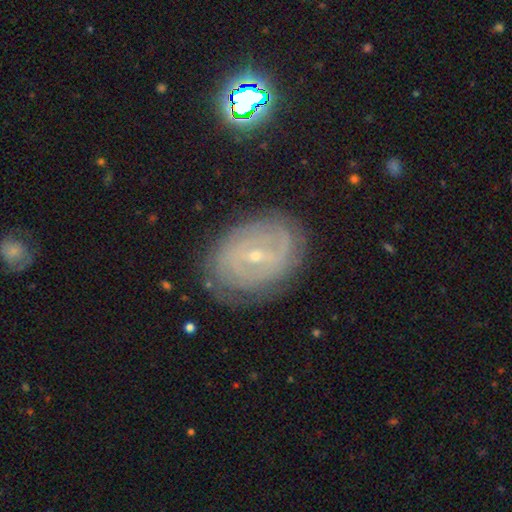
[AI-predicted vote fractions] This is clearly a featured or disk galaxy (80%). It is clearly not viewed edge-on (96%). Bar: possibly weak (50%). Spiral arm pattern: clearly yes (90%). Spiral arm count: marginally can't tell (42%). Spiral winding: likely tight (70%). Central bulge: likely small (76%). Merging: likely none (78%).